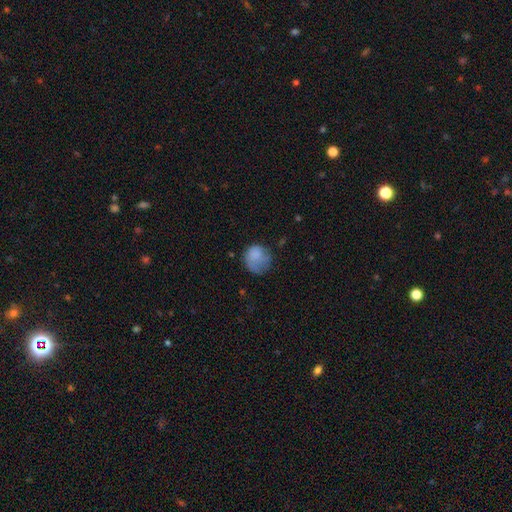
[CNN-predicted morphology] Smooth or featured? smooth (78%)
How rounded? round (82%)
Merging? none (49%)